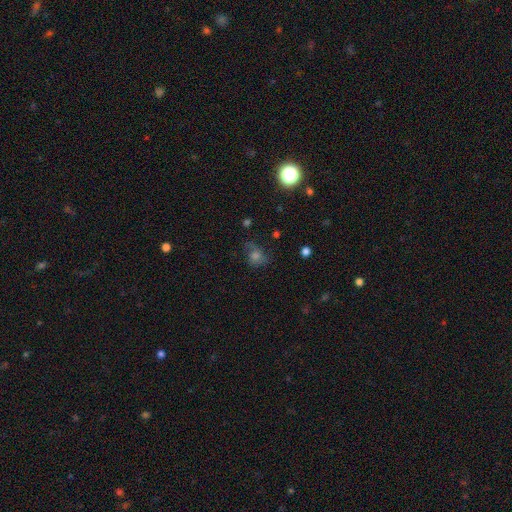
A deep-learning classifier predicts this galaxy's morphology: A smooth galaxy with no disk features (48%). Merging: none (57%).